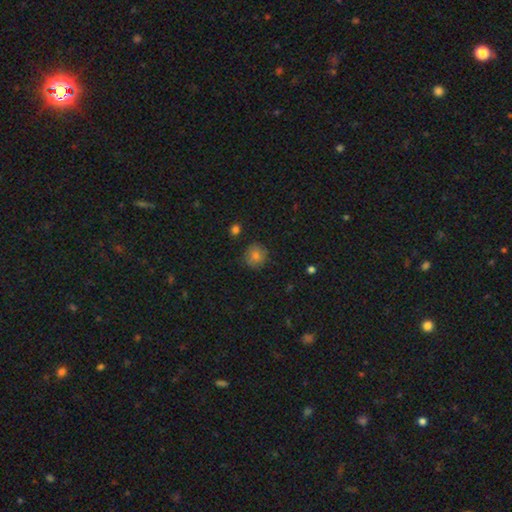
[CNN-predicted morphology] The model was most divided on "smooth or featured": smooth: 75%, star or artifact: 13%, featured or disk: 12%. More confident: how rounded — round (89%); merging — none (82%).